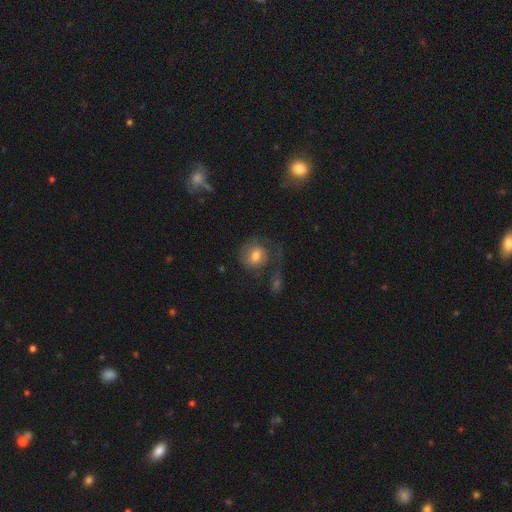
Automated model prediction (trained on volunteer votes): smooth_or_featured: smooth (p=0.46) [tied with: featured or disk p=0.46]
merging: none (p=0.41) [alt: major disturbance p=0.36]